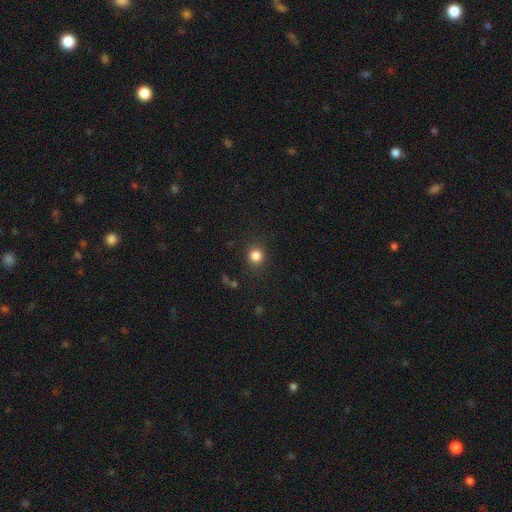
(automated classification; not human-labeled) Morphology: type=smooth (83%); roundness=round (89%); merging=none (88%).